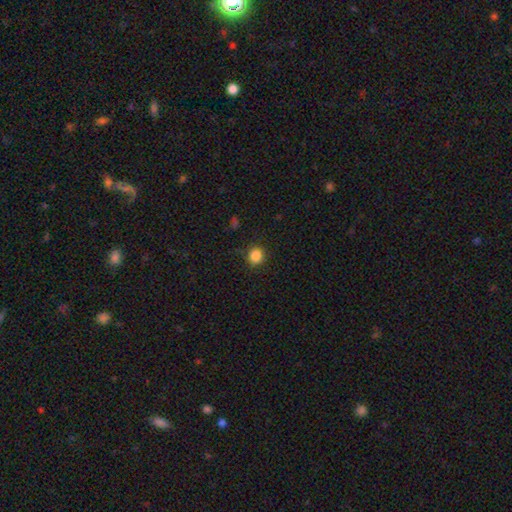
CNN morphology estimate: Smooth or featured? smooth (86%)
How rounded? round (87%)
Merging? none (88%)